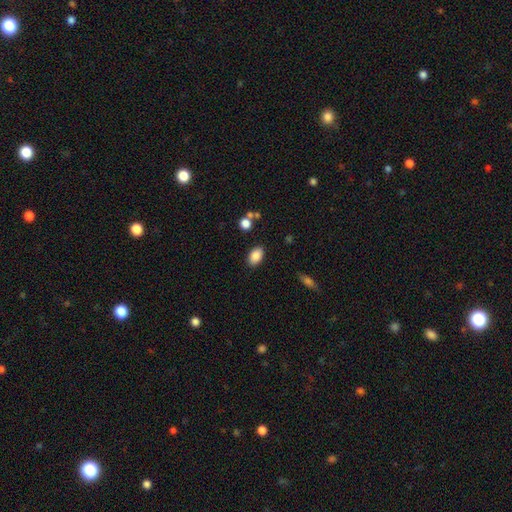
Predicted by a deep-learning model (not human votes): The model was most divided on "merging": none: 86%, minor disturbance: 9%, major disturbance: 2%, merger: 2%. More confident: how rounded — in between (89%); smooth or featured — smooth (86%).